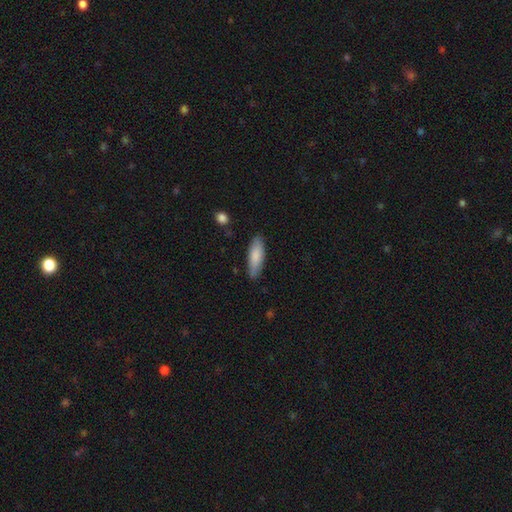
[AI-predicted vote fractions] Smooth or featured? Predicted: smooth (p=0.82). How rounded? Predicted: in between (p=0.53). Merging? Predicted: none (p=0.83).